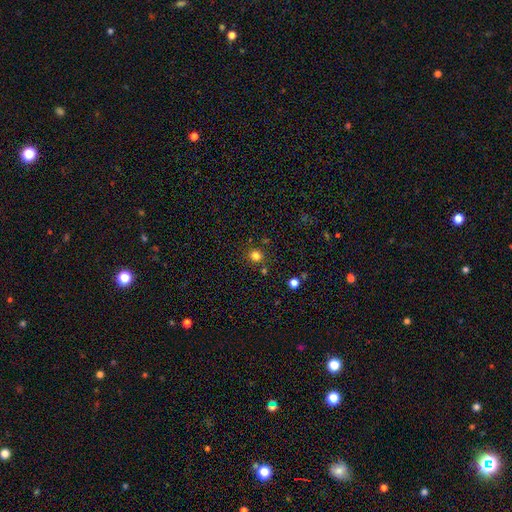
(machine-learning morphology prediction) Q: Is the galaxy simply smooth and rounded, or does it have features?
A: smooth — 80%.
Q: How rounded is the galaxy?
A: round — 87%.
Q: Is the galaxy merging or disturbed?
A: none — 82%.